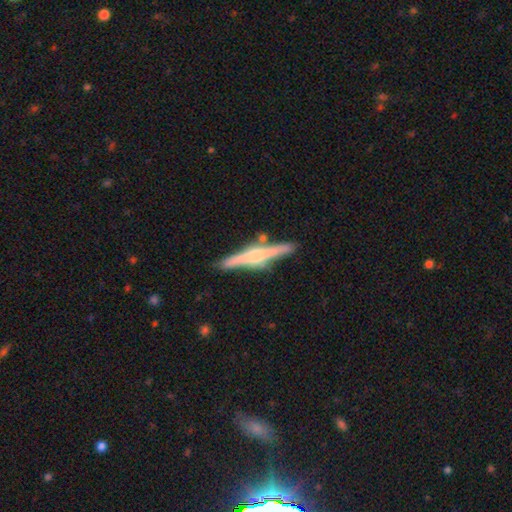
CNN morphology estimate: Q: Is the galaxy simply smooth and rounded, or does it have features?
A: featured or disk — 75%.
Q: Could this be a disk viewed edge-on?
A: yes — 98%.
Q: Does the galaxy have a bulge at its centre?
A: rounded — 81%.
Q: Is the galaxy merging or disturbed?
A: none — 84%.